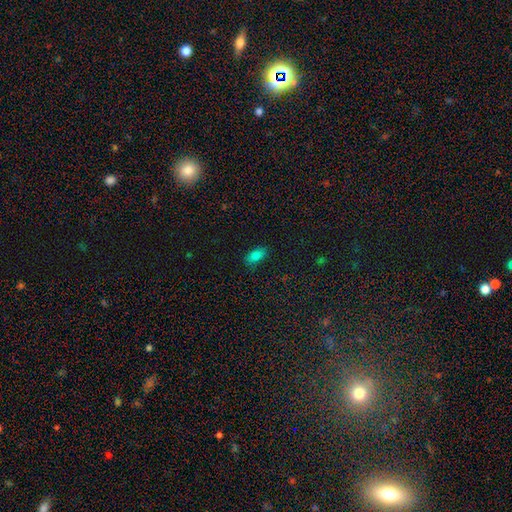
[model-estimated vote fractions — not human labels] Smooth or featured: smooth — 83% (star or artifact — 12%)
How rounded: in between — 91% (cigar-shaped — 5%)
Merging: none — 82% (minor disturbance — 14%)